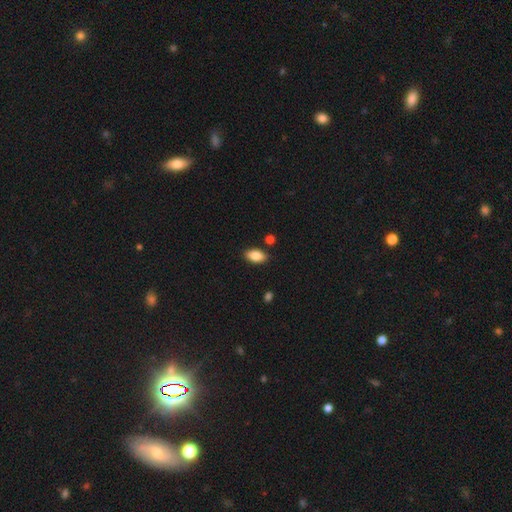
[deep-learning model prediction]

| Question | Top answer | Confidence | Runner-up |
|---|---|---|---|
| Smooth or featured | smooth | 85% | star or artifact (7%) |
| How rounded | in between | 92% | round (5%) |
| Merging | none | 86% | minor disturbance (9%) |